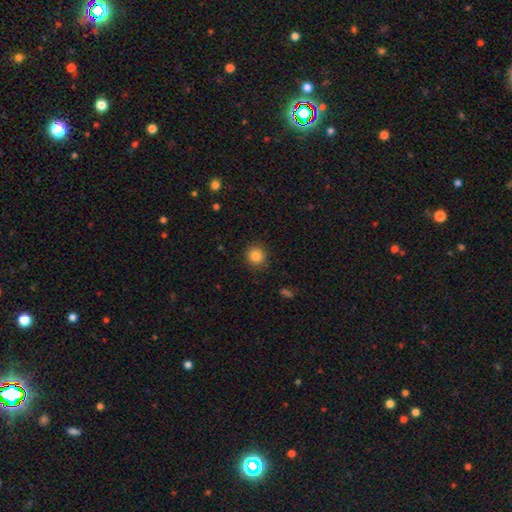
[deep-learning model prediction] The model was most divided on "smooth or featured": smooth: 85%, star or artifact: 10%, featured or disk: 5%. More confident: how rounded — round (90%); merging — none (89%).